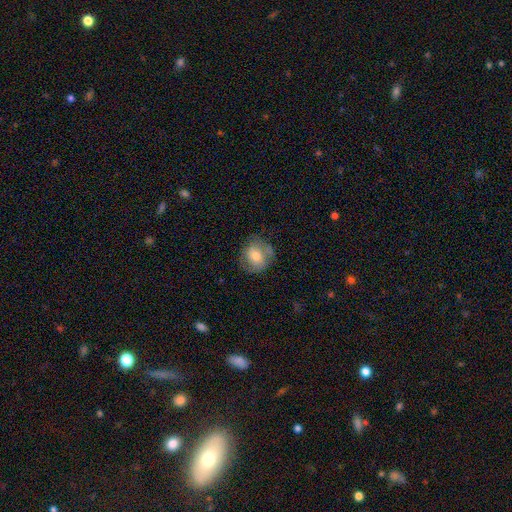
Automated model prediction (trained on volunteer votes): smooth_or_featured: smooth (p=0.65) [alt: featured or disk p=0.27]
how_rounded: round (p=0.77) [alt: in between p=0.22]
merging: none (p=0.68) [alt: minor disturbance p=0.22]